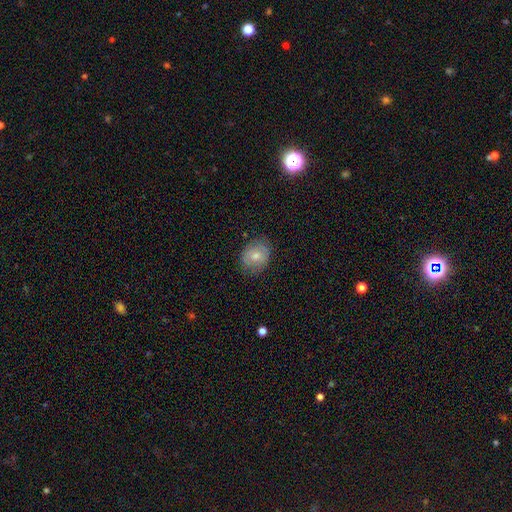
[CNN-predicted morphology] This appears to be a smooth galaxy with no disk features (61%) that is round (53%). Merging: none (81%).